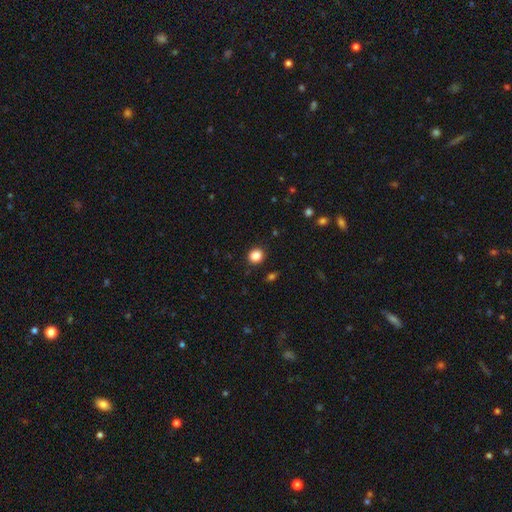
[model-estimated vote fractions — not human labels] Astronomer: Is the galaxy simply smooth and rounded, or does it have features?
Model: smooth — 87%.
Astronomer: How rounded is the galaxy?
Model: round — 80%.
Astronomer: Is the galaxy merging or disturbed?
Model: none — 89%.